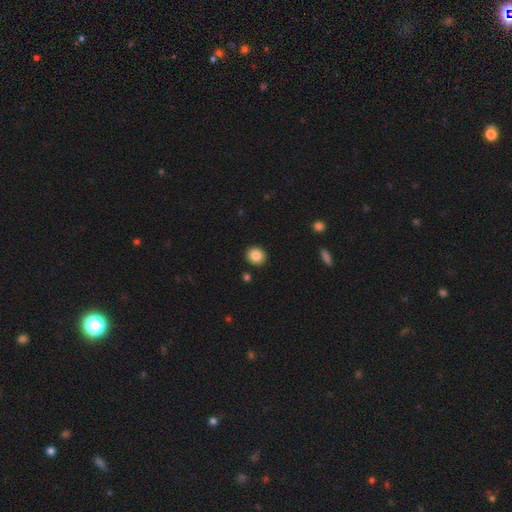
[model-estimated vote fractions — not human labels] smooth_or_featured: smooth (p=0.86) [alt: star or artifact p=0.09]
how_rounded: round (p=0.84) [alt: in between p=0.15]
merging: none (p=0.91) [alt: minor disturbance p=0.06]